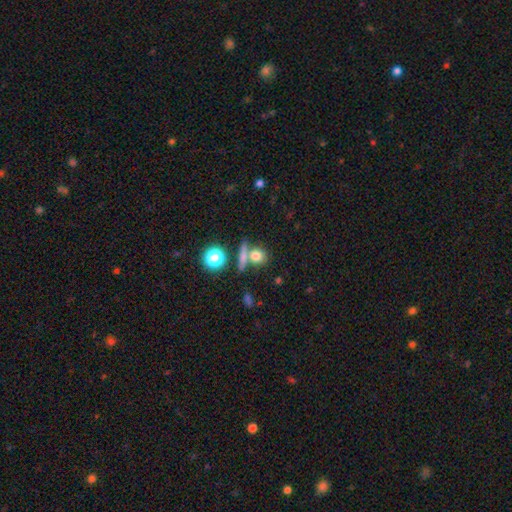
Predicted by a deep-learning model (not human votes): Smooth or featured? Predicted: smooth (p=0.74). How rounded? Predicted: round (p=0.69). Merging? Predicted: none (p=0.55).